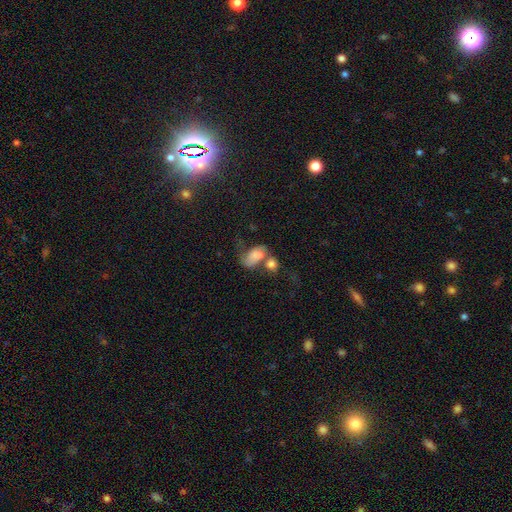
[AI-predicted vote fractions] smooth-or-featured: smooth: 60% | featured or disk: 29% | star or artifact: 11%
  how-rounded: in between: 83% | round: 15% | cigar-shaped: 2%
  merging: merger: 57% | major disturbance: 18% | none: 15% | minor disturbance: 11%